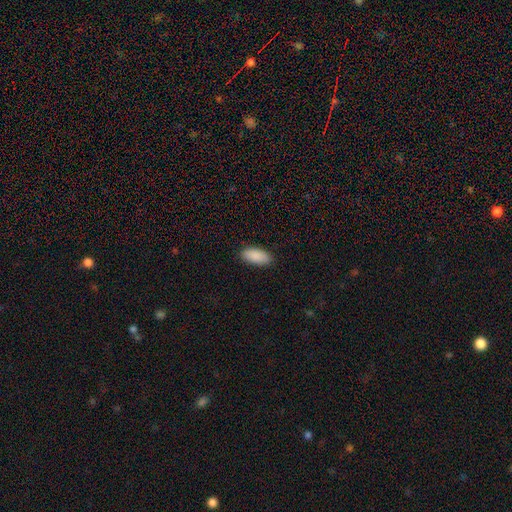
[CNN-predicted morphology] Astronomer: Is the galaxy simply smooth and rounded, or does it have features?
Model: smooth — 90%.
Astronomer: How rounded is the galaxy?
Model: in between — 89%.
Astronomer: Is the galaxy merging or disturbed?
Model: none — 89%.